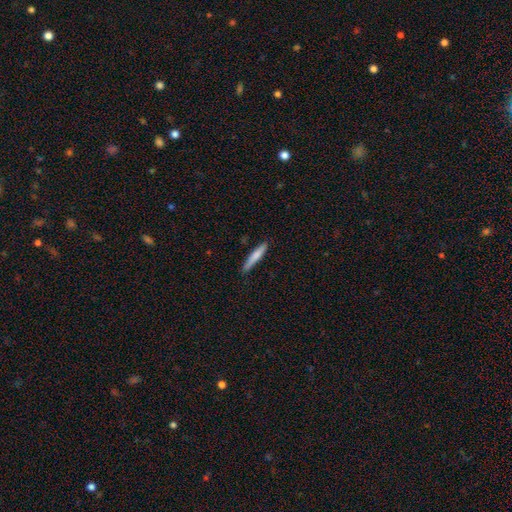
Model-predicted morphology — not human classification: Smooth or featured? smooth (73%)
How rounded? cigar-shaped (91%)
Merging? none (83%)